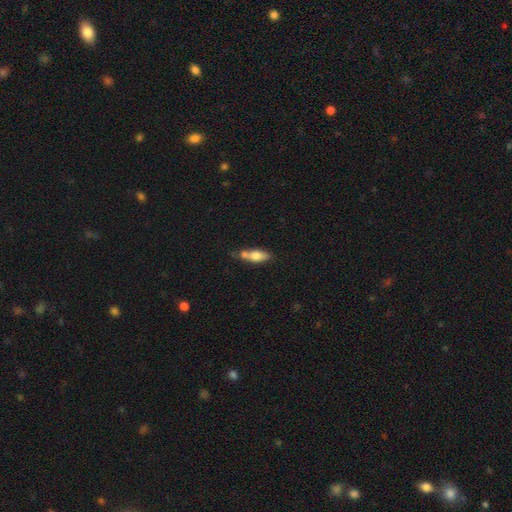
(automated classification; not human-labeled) Q: Smooth or featured?
A: smooth (65%); runner-up: featured or disk (28%)
Q: How rounded?
A: in between (60%); runner-up: cigar-shaped (36%)
Q: Merging?
A: none (42%); runner-up: merger (34%)